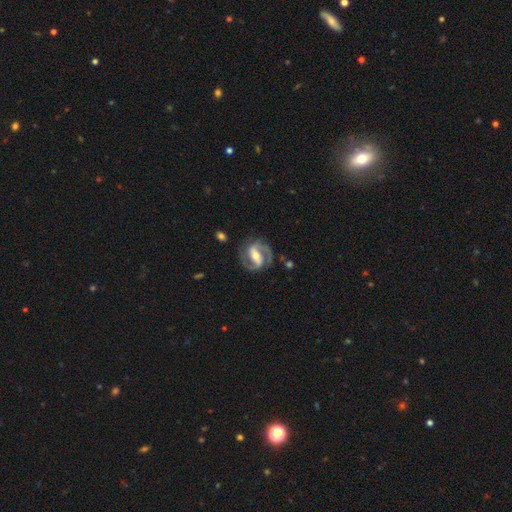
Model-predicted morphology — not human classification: Q: Smooth or featured?
A: featured or disk (89%); runner-up: smooth (7%)
Q: Edge-on disk?
A: no (97%); runner-up: yes (3%)
Q: Bar?
A: strong (60%); runner-up: weak (28%)
Q: Spiral arms?
A: yes (96%); runner-up: no (4%)
Q: Spiral winding?
A: medium (53%); runner-up: tight (34%)
Q: Spiral arm count?
A: 2 (91%); runner-up: 1 (3%)
Q: Bulge size?
A: moderate (59%); runner-up: small (33%)
Q: Merging?
A: none (79%); runner-up: minor disturbance (13%)